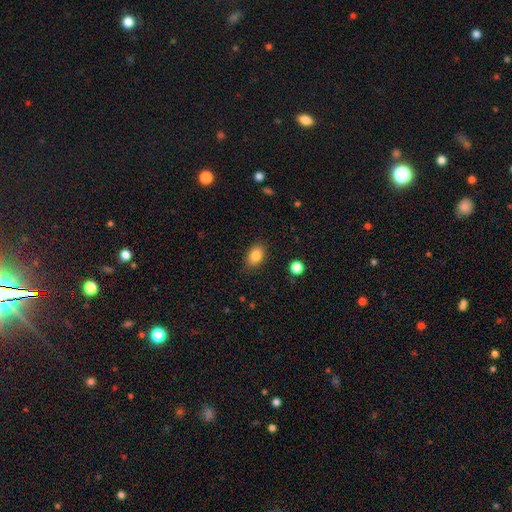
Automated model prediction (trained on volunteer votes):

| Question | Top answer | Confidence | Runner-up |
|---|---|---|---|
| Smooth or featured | smooth | 84% | star or artifact (9%) |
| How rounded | in between | 82% | round (17%) |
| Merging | none | 86% | minor disturbance (11%) |